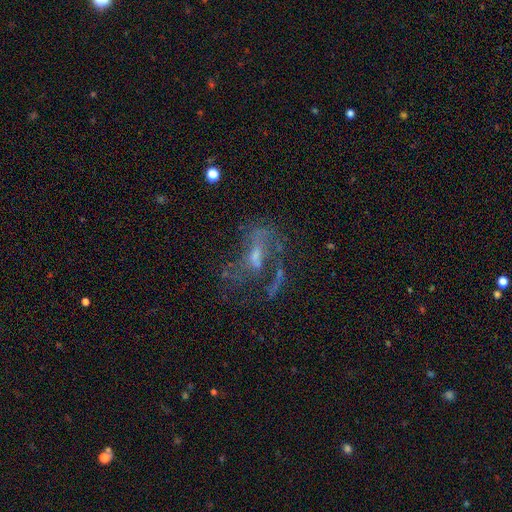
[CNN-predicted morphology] Smooth or featured? Predicted: featured or disk (p=0.67). Edge-on disk? Predicted: no (p=0.91). Bar? Predicted: no (p=0.43). Spiral arms? Predicted: yes (p=0.57). Bulge size? Predicted: small (p=0.44). Merging? Predicted: none (p=0.40).